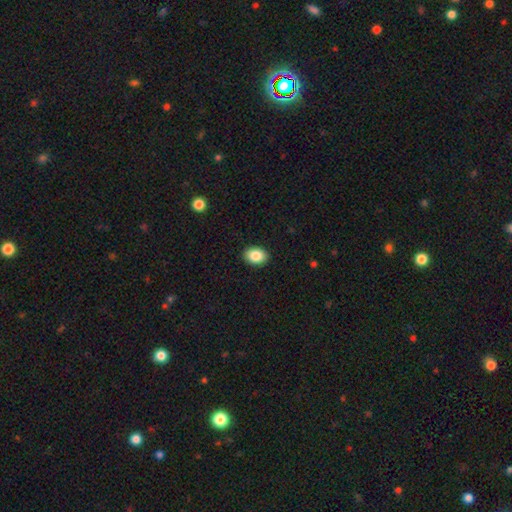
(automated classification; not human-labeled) Smooth or featured?
  - smooth: 86% *
  - star or artifact: 8%
  - featured or disk: 6%
How rounded?
  - in between: 72% *
  - round: 27%
  - cigar-shaped: 1%
Merging?
  - none: 91% *
  - minor disturbance: 6%
  - major disturbance: 2%
  - merger: 1%